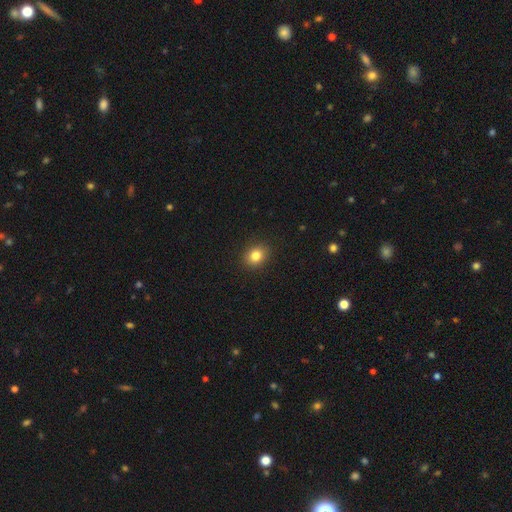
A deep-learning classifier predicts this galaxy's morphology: This is clearly a smooth galaxy (83%). How rounded: possibly round (59%). Merging: clearly none (90%).